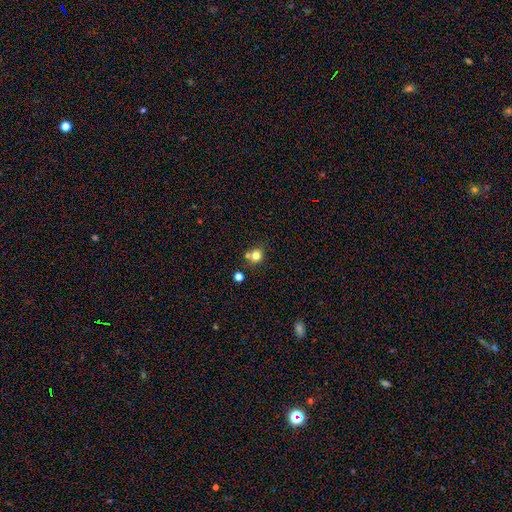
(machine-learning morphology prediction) A smooth galaxy with no disk features (77%) that is round (79%). Merging: none (59%).